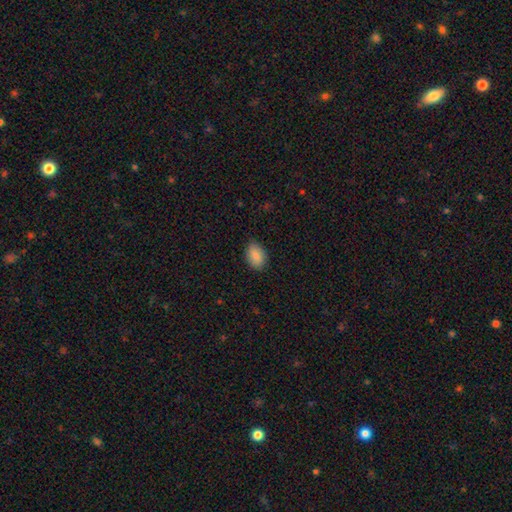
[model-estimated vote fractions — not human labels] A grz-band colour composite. It shows a smooth galaxy with no disk features (87%) that is in between round and cigar-shaped (87%). Merging: none (86%).